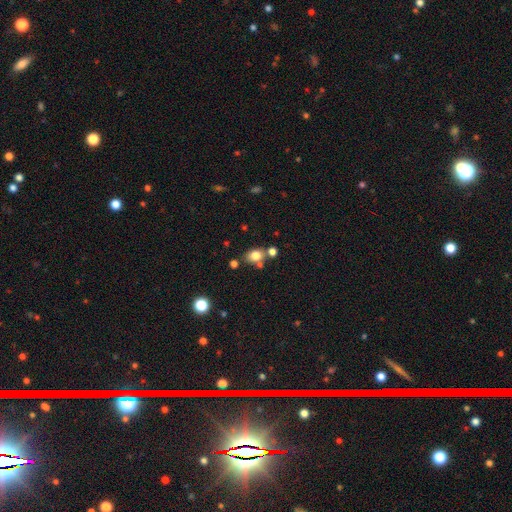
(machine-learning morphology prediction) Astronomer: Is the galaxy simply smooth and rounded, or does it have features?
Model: smooth — 79%.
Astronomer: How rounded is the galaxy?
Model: in between — 57% (runner-up: round, 41%).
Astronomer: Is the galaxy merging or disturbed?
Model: none — 64%.